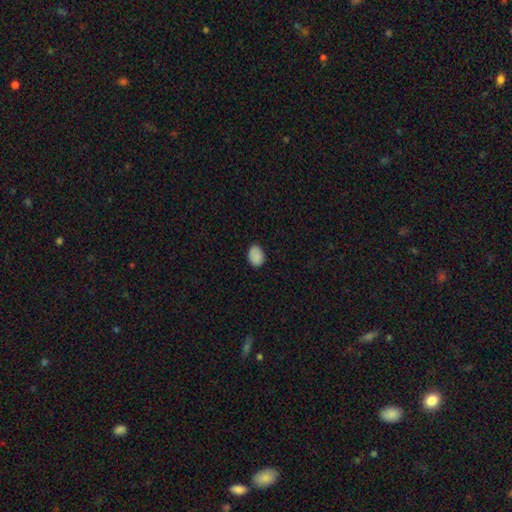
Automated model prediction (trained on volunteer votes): This is clearly a smooth galaxy (87%). How rounded: likely in between (72%). Merging: likely none (78%).